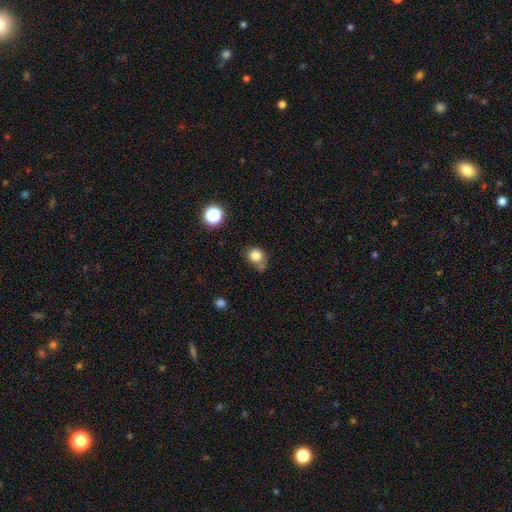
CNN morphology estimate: Smooth or featured? Predicted: smooth (p=0.81). How rounded? Predicted: round (p=0.77). Merging? Predicted: none (p=0.50).